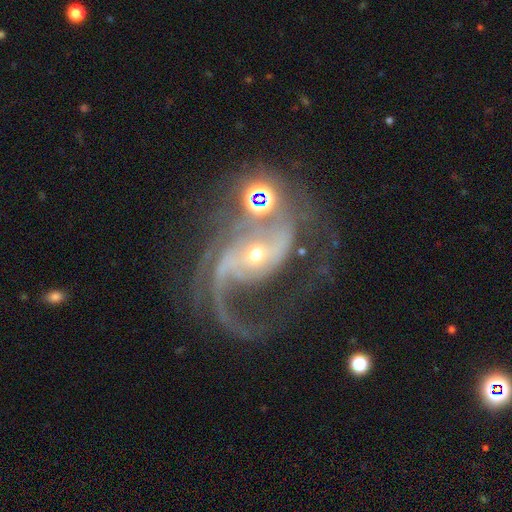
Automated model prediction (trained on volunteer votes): The model was most divided on "bar": no: 38%, weak: 33%, strong: 29%. Remaining: edge-on disk — no (97%); spiral arms — yes (97%); smooth or featured — featured or disk (89%); spiral arm count — 2 (68%); bulge size — small (62%); spiral winding — medium (50%); merging — none (42%).